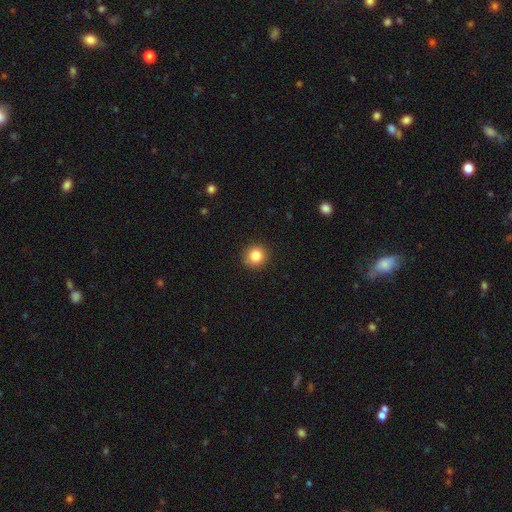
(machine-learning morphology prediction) A smooth galaxy with no disk features (83%) that is round (91%). Merging: none (90%).